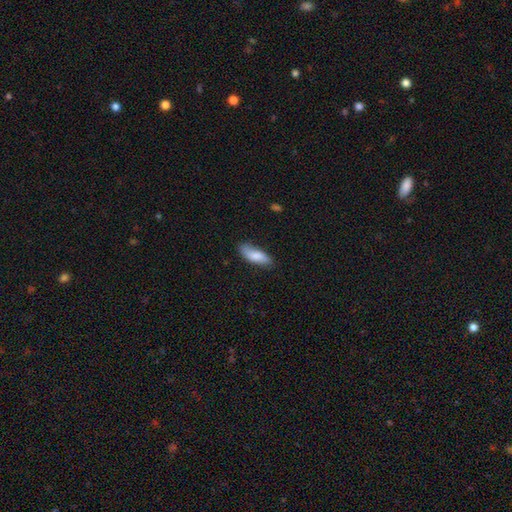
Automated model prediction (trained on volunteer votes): Morphology: type=smooth (80%); roundness=in between (64%); merging=none (72%).